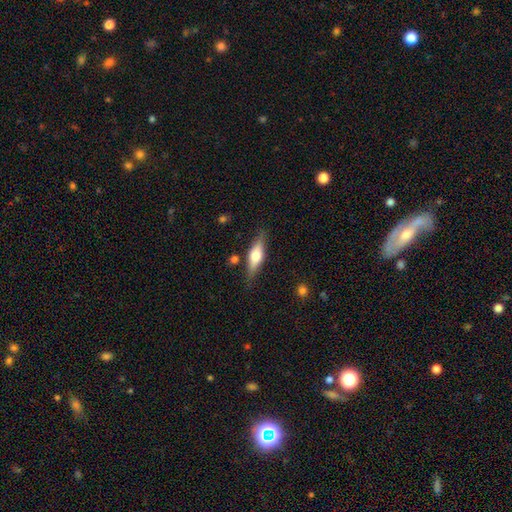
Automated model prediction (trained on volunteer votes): featured or disk 50%, smooth 43%, star or artifact 6%. Down the decision tree: edge-on disk — yes (92%); merging — none (81%).